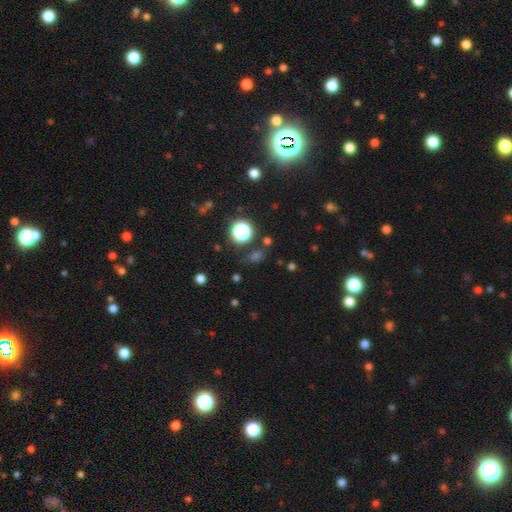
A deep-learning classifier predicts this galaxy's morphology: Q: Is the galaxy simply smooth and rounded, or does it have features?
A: star or artifact — 52%.